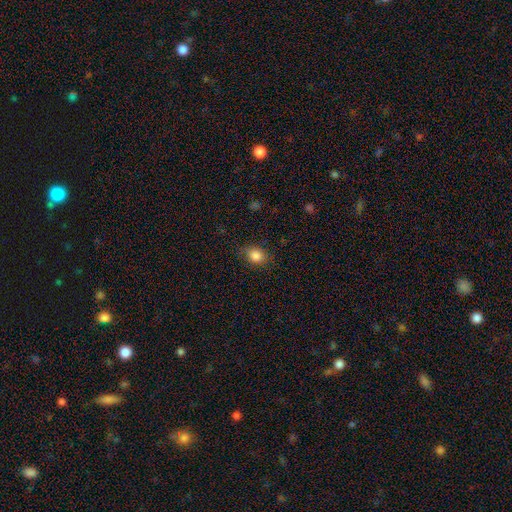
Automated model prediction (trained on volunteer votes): Smooth or featured?
  - smooth: 85% *
  - star or artifact: 10%
  - featured or disk: 5%
How rounded?
  - in between: 57% *
  - round: 42%
  - cigar-shaped: 1%
Merging?
  - none: 79% *
  - minor disturbance: 16%
  - major disturbance: 4%
  - merger: 1%